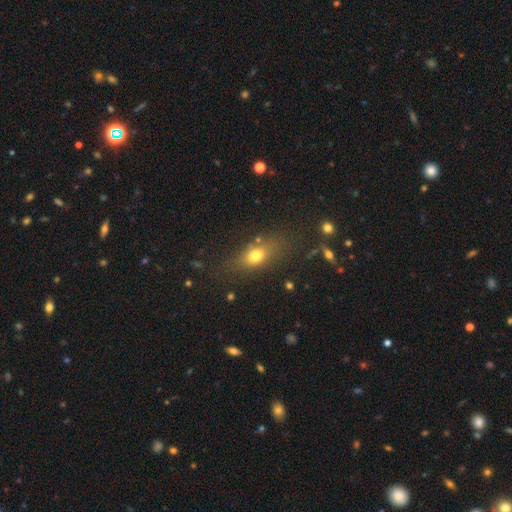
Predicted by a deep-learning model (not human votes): smooth 72%, featured or disk 16%, star or artifact 12%. Down the decision tree: how rounded — in between (69%); merging — none (72%).